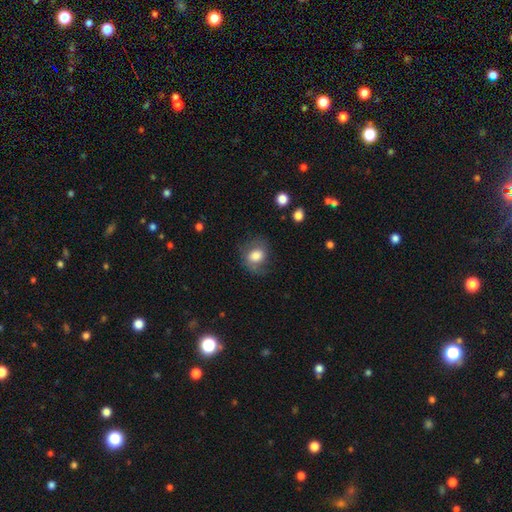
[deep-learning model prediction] This appears to be a smooth galaxy with no disk features (70%) that is round (51%). Merging: none (60%).